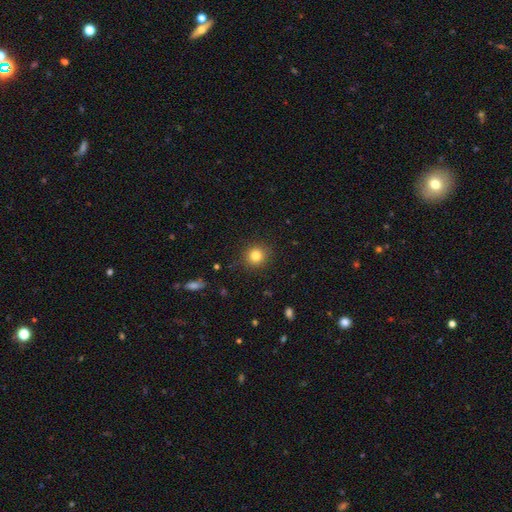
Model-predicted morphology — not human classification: Overall: smooth (82%). How rounded: round (90%). Merging: none (89%).